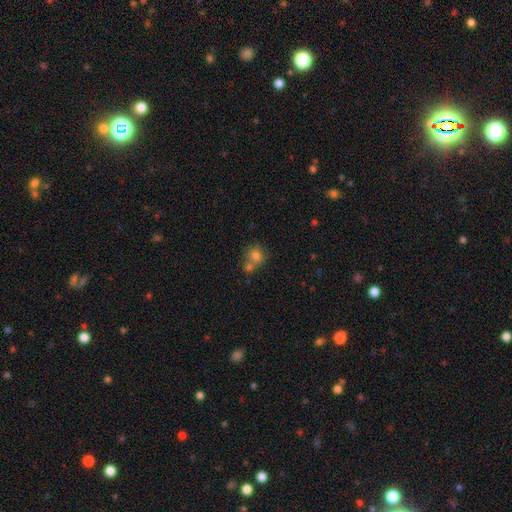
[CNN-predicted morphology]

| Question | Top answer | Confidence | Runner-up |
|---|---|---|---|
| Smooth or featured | smooth | 73% | featured or disk (15%) |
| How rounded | round | 68% | in between (31%) |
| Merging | merger | 42% | none (41%) |